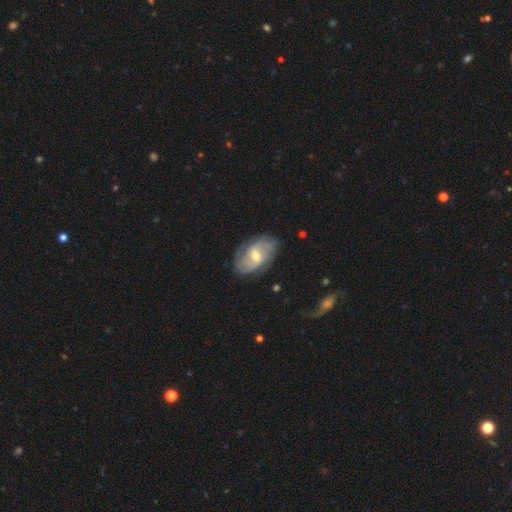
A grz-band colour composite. It shows a featured or disk galaxy (75%) with a weak bar (54%), 2 (55%) medium (45%) spiral arms (83%) and a moderate central bulge (50%). Merging: none (69%).